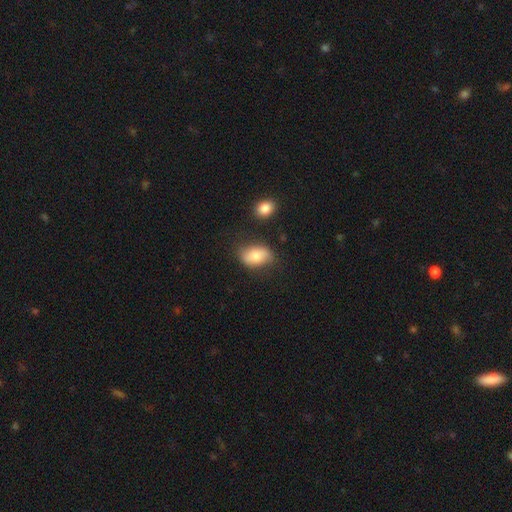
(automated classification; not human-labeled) A smooth galaxy with no disk features (77%) that is in between round and cigar-shaped (84%). Merging: none (69%).